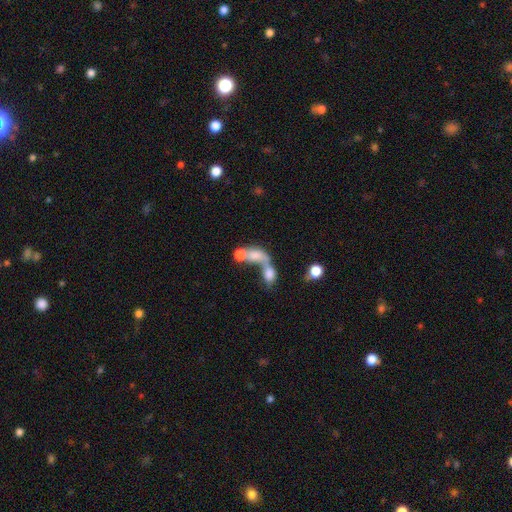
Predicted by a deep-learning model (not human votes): Smooth or featured?
  - smooth: 62% *
  - featured or disk: 26%
  - star or artifact: 12%
How rounded?
  - in between: 71% *
  - round: 22%
  - cigar-shaped: 7%
Merging?
  - merger: 71% *
  - major disturbance: 13%
  - none: 11%
  - minor disturbance: 5%